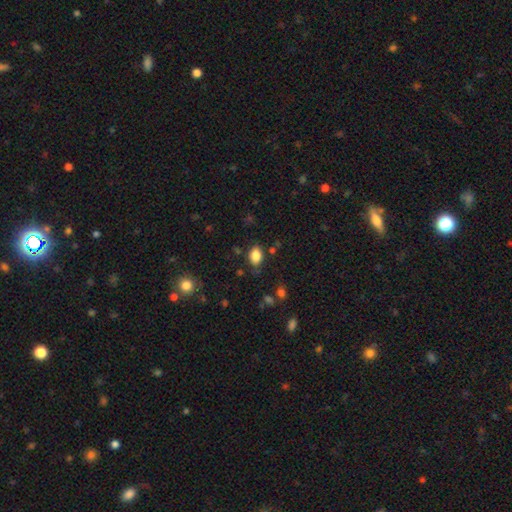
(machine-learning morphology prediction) smooth 84%, star or artifact 9%, featured or disk 6%. Down the decision tree: how rounded — in between (81%); merging — none (79%).